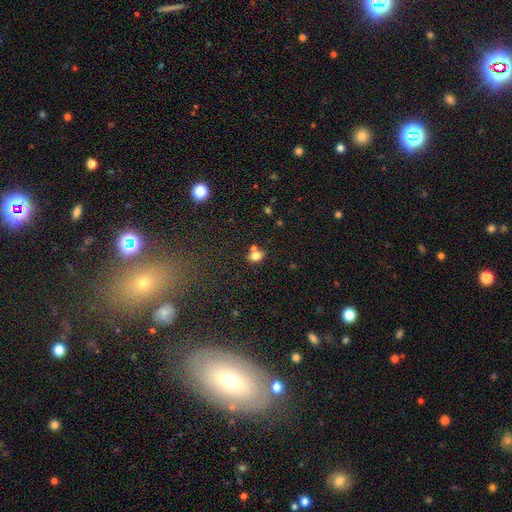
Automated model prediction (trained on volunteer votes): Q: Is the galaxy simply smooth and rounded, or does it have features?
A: smooth — 78%.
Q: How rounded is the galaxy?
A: in between — 74%.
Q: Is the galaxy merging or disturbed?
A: none — 60%.